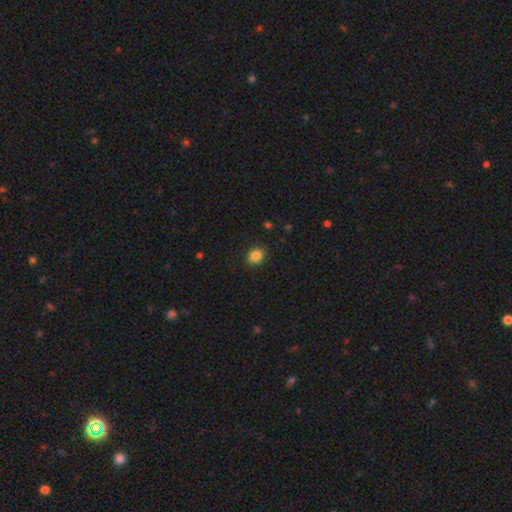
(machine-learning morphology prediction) smooth 85%, star or artifact 10%, featured or disk 4%. Down the decision tree: how rounded — round (58%); merging — none (87%).